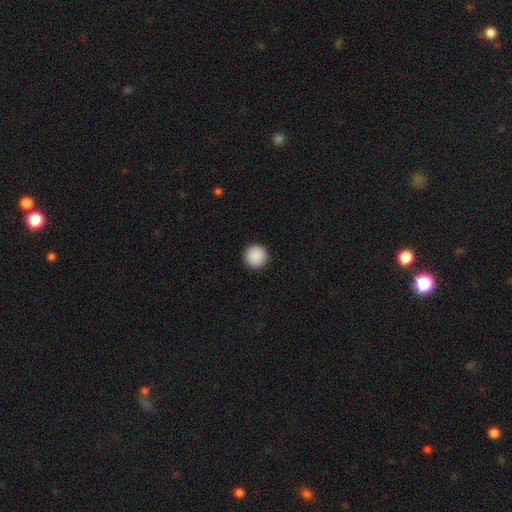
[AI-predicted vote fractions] smooth_or_featured: smooth (p=0.90) [alt: star or artifact p=0.07]
how_rounded: round (p=0.97) [alt: in between p=0.02]
merging: none (p=0.94) [alt: minor disturbance p=0.04]